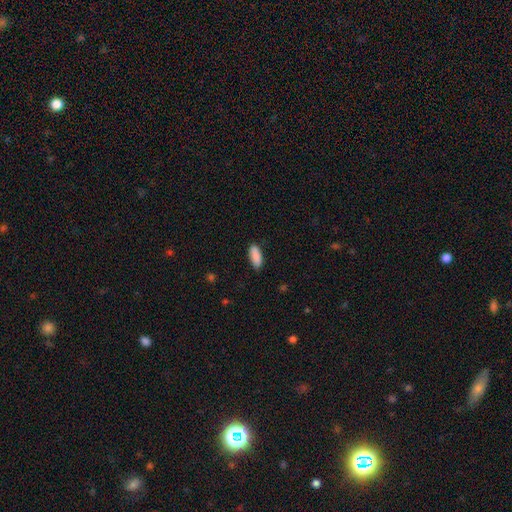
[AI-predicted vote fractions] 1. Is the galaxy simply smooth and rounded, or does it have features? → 89% smooth, 6% star or artifact, 5% featured or disk.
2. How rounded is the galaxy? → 79% in between, 19% cigar-shaped, 2% round.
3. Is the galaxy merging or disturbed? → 86% none, 11% minor disturbance, 2% major disturbance, 1% merger.